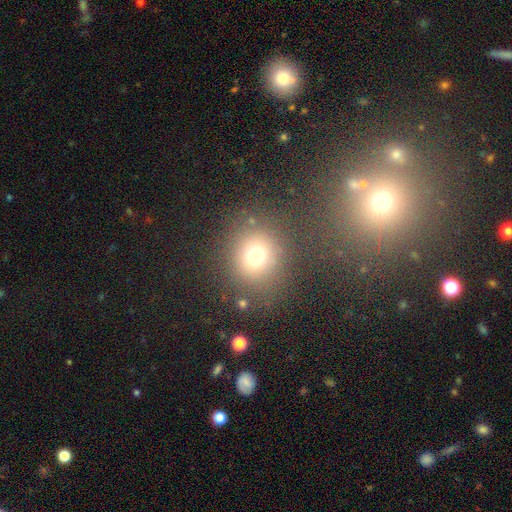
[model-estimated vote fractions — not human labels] Overall: smooth (72%). How rounded: round (83%). Merging: none (78%).